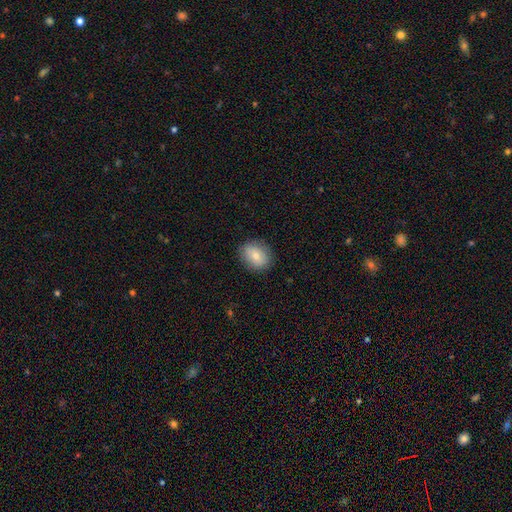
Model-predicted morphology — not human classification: A smooth galaxy with no disk features (73%) that is in between round and cigar-shaped (52%).

Vote fractions:
- Smooth or featured? smooth: 73% / featured or disk: 18% / star or artifact: 8%
- How rounded? in between: 52% / round: 47% / cigar-shaped: 1%
- Merging? none: 85% / minor disturbance: 11% / major disturbance: 3% / merger: 1%